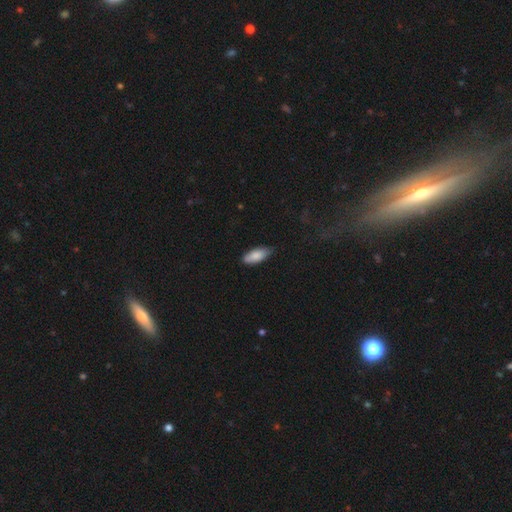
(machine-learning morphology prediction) This appears to be a smooth galaxy with no disk features (85%) that is in between round and cigar-shaped (82%). Merging: none (75%).